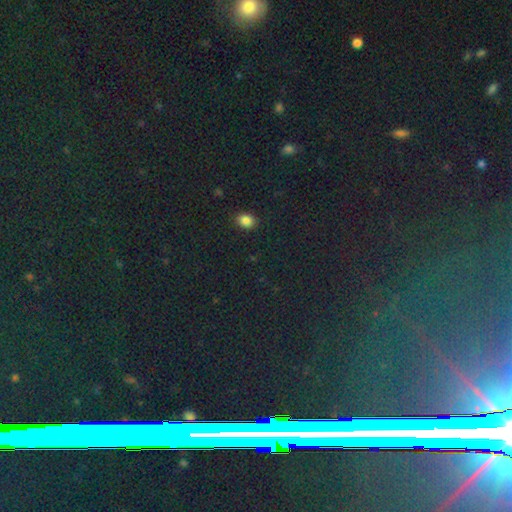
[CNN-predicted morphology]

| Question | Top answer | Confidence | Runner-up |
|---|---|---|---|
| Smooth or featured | star or artifact | 79% | smooth (13%) |